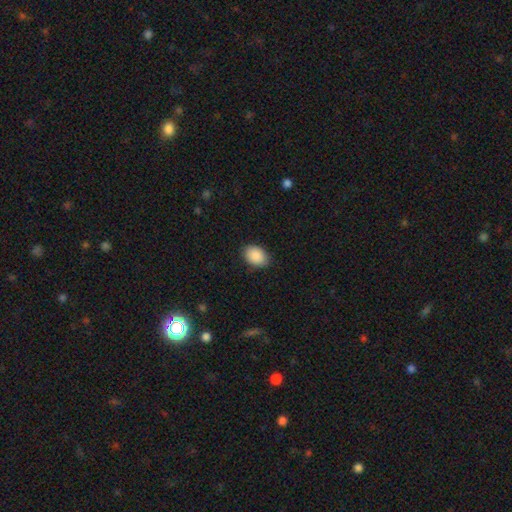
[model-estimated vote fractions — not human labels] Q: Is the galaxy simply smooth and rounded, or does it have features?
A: smooth — 90%.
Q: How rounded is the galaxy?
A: in between — 76%.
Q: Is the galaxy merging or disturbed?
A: none — 87%.